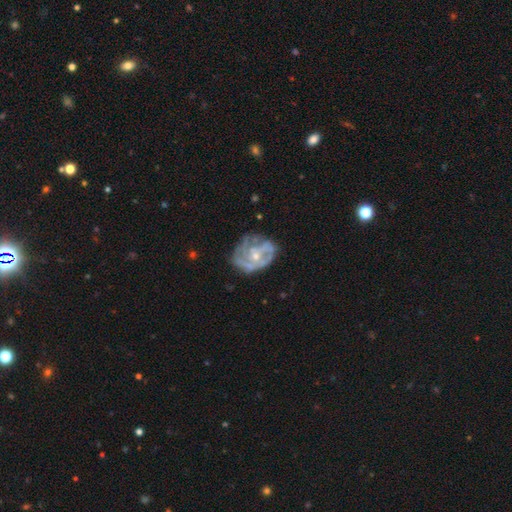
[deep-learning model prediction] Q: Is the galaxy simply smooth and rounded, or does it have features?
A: featured or disk — 81%.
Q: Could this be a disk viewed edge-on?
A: no — 98%.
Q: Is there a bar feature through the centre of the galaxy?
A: no — 72%.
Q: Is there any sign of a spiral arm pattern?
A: yes — 79%.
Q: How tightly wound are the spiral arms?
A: tight — 47%.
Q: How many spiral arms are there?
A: can't tell — 36%.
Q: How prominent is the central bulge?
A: small — 60%.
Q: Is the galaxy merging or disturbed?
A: none — 56%.